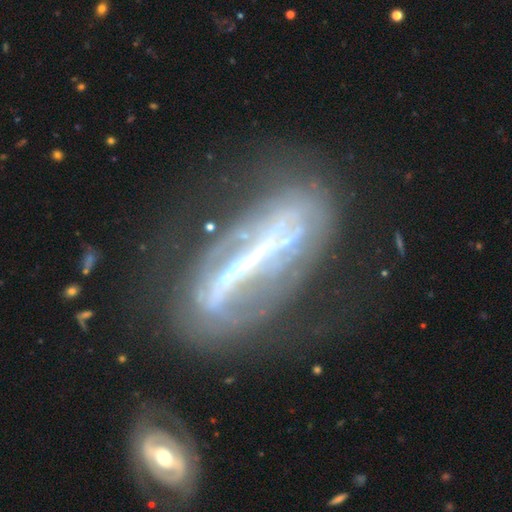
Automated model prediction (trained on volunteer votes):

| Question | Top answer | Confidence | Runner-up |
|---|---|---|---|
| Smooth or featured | featured or disk | 79% | smooth (11%) |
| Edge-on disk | no | 66% | yes (34%) |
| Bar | strong | 80% | no (10%) |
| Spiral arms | no | 51% | yes (49%) |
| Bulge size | small | 36% | none (31%) |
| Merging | none | 50% | major disturbance (25%) |